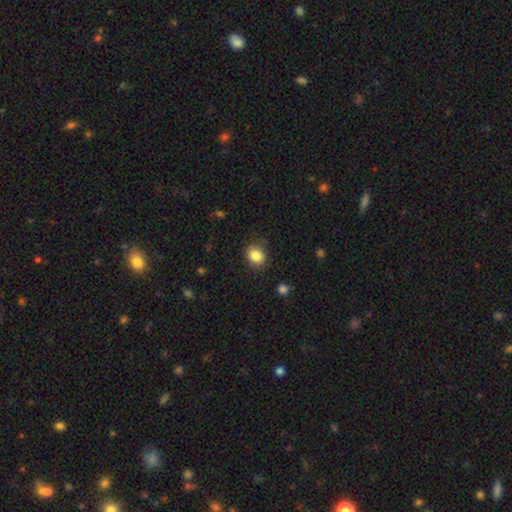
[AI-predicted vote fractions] A smooth galaxy with no disk features (85%) that is round (56%).

Vote fractions:
- Smooth or featured? smooth: 85% / star or artifact: 9% / featured or disk: 5%
- How rounded? round: 56% / in between: 44% / cigar-shaped: 1%
- Merging? none: 84% / minor disturbance: 11% / major disturbance: 3% / merger: 1%